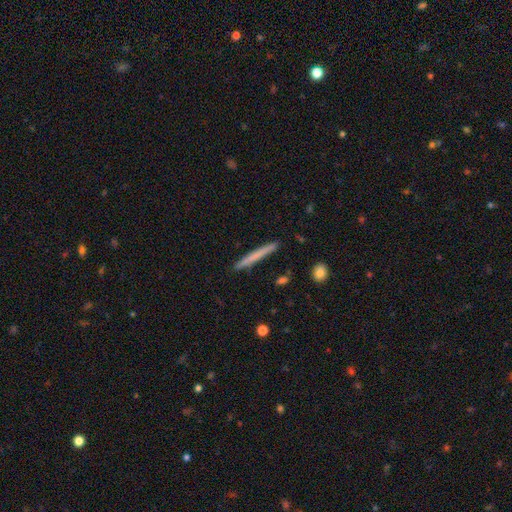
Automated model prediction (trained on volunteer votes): smooth_or_featured: smooth (p=0.65) [alt: featured or disk p=0.30]
how_rounded: cigar-shaped (p=0.97) [alt: in between p=0.02]
merging: none (p=0.91) [alt: minor disturbance p=0.07]